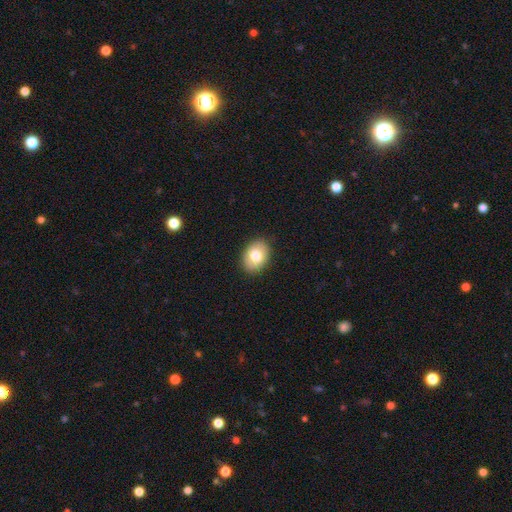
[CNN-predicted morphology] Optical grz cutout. It shows a smooth galaxy with no disk features (78%) that is in between round and cigar-shaped (78%). Merging: none (89%).